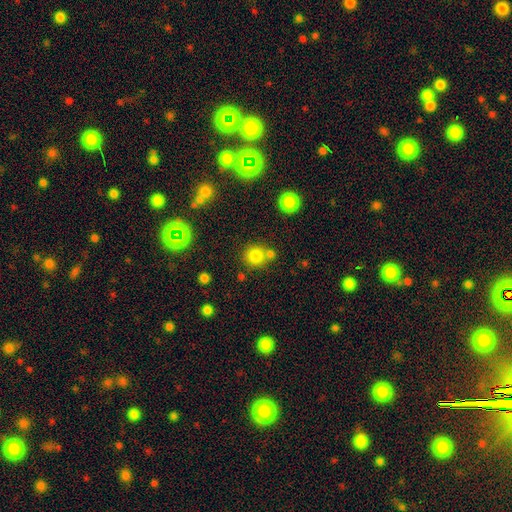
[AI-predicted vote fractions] Morphology: type=smooth (80%); roundness=round (90%); merging=none (66%).